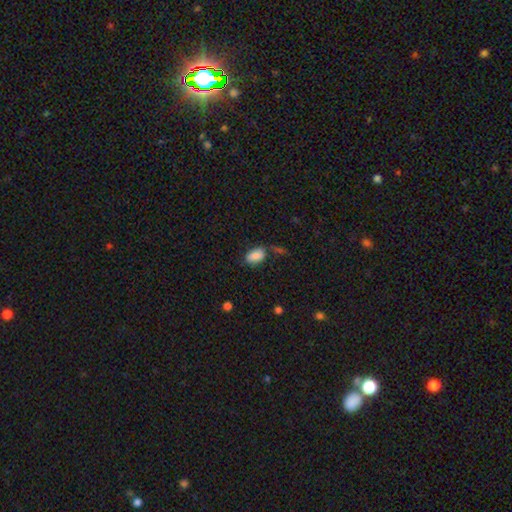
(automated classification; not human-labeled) Q: Smooth or featured?
A: smooth (86%); runner-up: star or artifact (8%)
Q: How rounded?
A: in between (92%); runner-up: round (6%)
Q: Merging?
A: none (63%); runner-up: minor disturbance (21%)